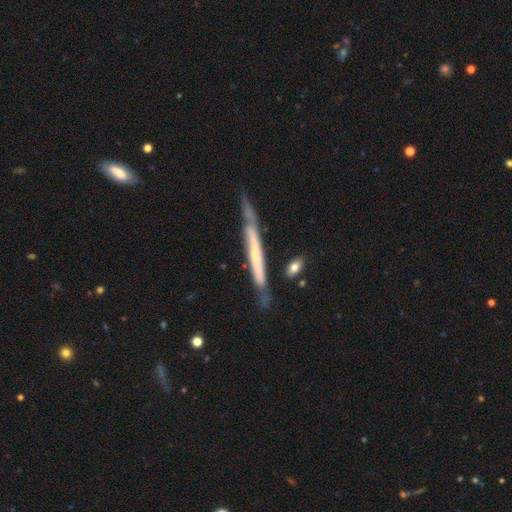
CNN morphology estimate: type=featured or disk (62%); edge-on=yes (87%); edge-on bulge=none (73%); merging=none (59%).